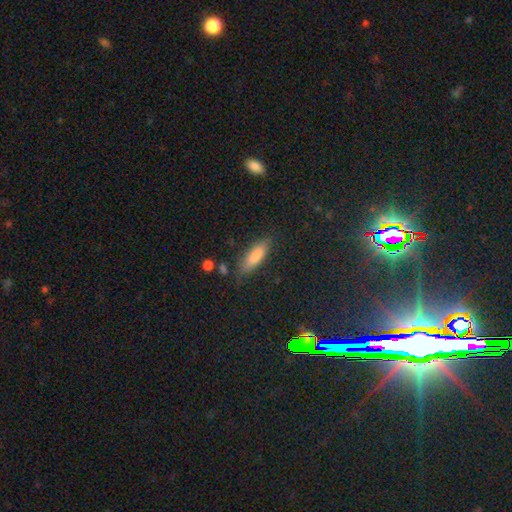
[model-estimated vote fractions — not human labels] The model was most divided on "how rounded": cigar-shaped: 50%, in between: 48%, round: 2%. More confident: merging — none (79%); smooth or featured — smooth (77%).